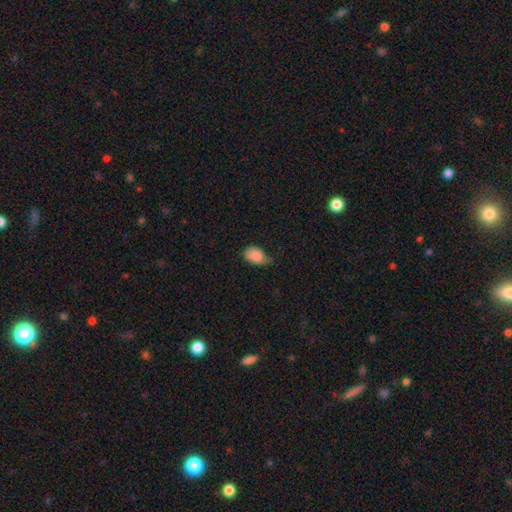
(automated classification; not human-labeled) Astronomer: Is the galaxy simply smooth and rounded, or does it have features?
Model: smooth — 83%.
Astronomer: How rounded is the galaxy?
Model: in between — 85%.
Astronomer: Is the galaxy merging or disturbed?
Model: minor disturbance — 46% (runner-up: none, 36%).